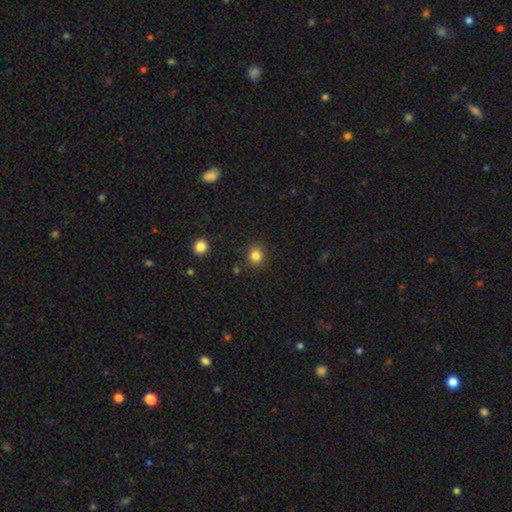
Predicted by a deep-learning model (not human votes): This appears to be a smooth galaxy with no disk features (84%) that is round (88%). Merging: none (88%).